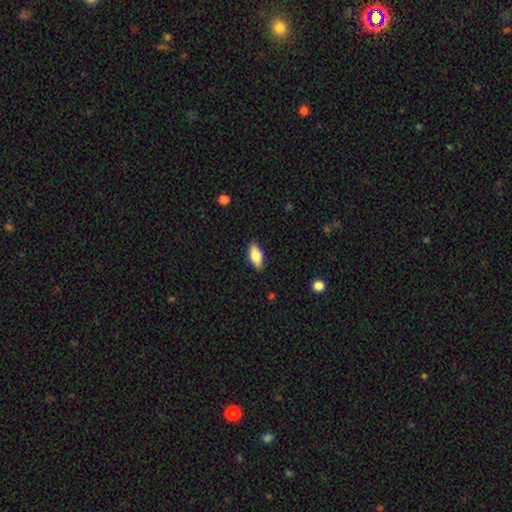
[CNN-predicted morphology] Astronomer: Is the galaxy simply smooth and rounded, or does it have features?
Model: smooth — 75%.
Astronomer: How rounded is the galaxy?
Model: in between — 85%.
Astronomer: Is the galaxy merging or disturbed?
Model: none — 88%.